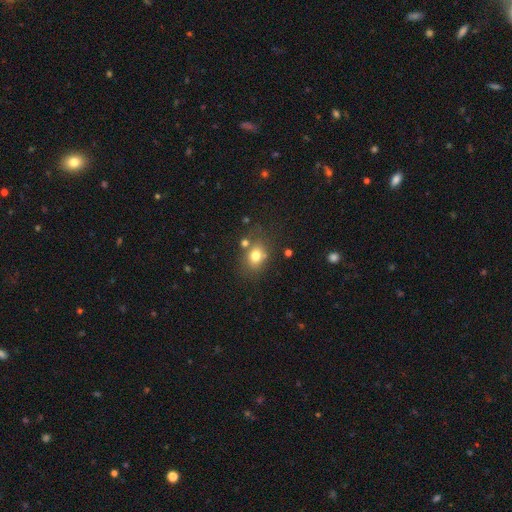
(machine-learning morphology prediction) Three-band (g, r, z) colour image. It shows a smooth galaxy with no disk features (76%) that is in between round and cigar-shaped (56%). Merging: none (65%).